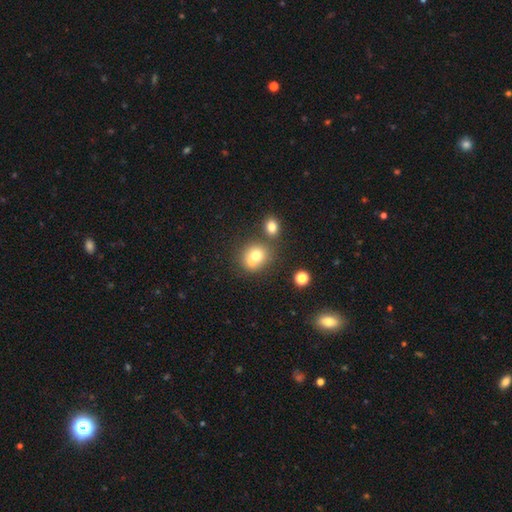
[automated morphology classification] smooth-or-featured: smooth: 72% | featured or disk: 16% | star or artifact: 12%
  how-rounded: round: 76% | in between: 23% | cigar-shaped: 1%
  merging: none: 44% | merger: 39% | minor disturbance: 12% | major disturbance: 5%